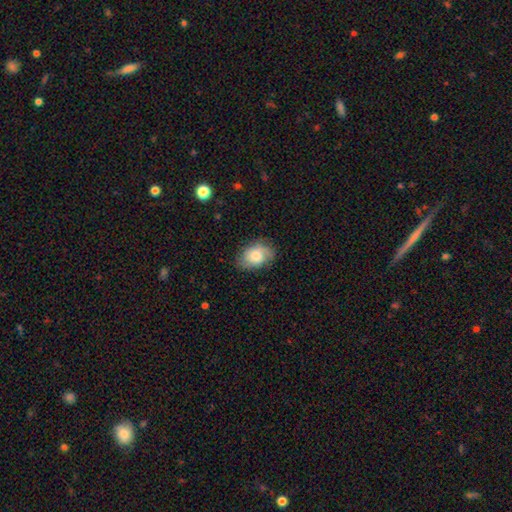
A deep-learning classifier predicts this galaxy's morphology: Smooth or featured? Predicted: smooth (p=0.73). How rounded? Predicted: in between (p=0.84). Merging? Predicted: none (p=0.73).